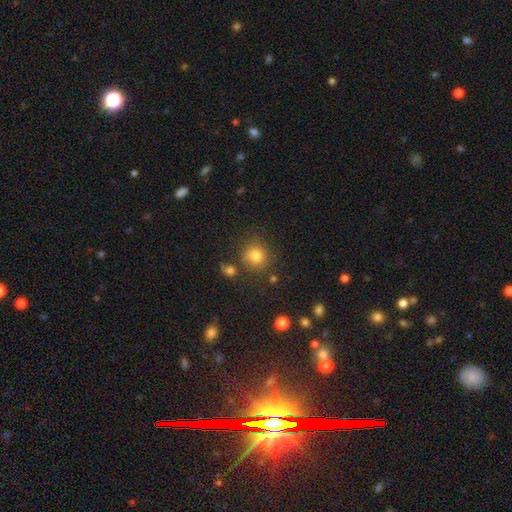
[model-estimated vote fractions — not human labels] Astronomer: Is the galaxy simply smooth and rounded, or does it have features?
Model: smooth — 79%.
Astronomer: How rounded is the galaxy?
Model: round — 88%.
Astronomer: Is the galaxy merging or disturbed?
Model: none — 75%.